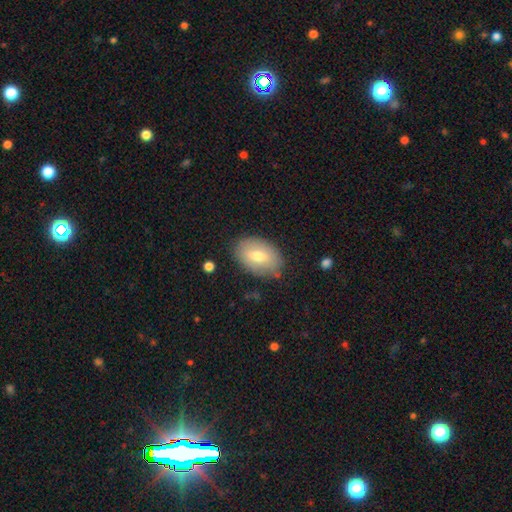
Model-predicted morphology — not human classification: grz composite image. It shows a smooth galaxy with no disk features (69%) that is in between round and cigar-shaped (89%). Merging: none (81%).